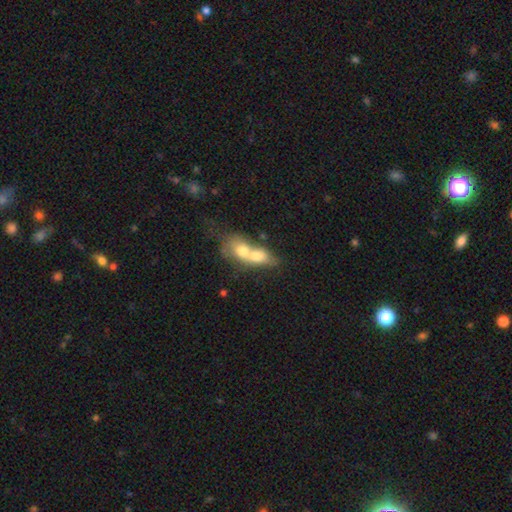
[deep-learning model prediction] smooth-or-featured: smooth: 65% | featured or disk: 27% | star or artifact: 8%
  how-rounded: in between: 62% | round: 31% | cigar-shaped: 7%
  merging: merger: 80% | none: 11% | minor disturbance: 5% | major disturbance: 4%